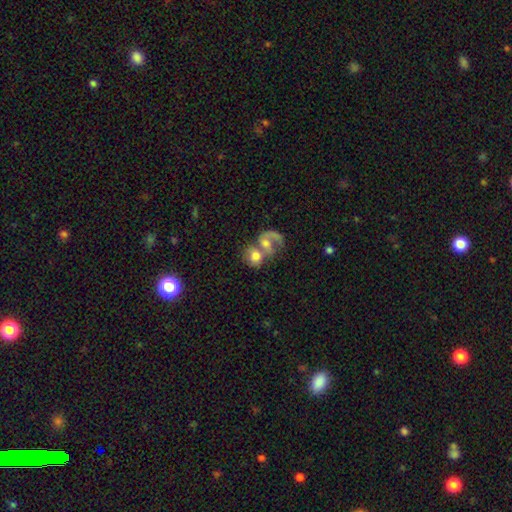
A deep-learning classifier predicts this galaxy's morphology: This is possibly a smooth galaxy (54%). How rounded: likely round (61%). Merging: likely merger (71%).